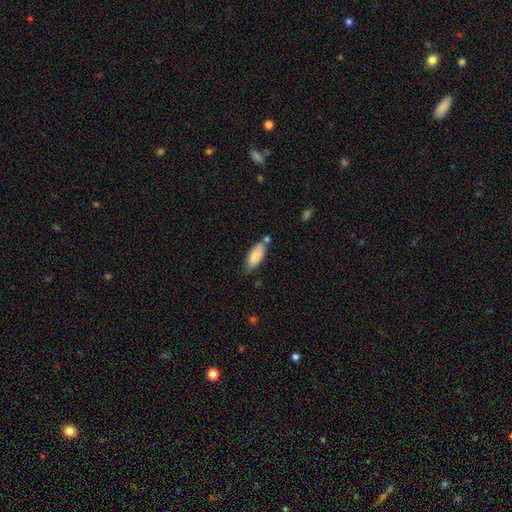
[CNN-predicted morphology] Overall: smooth (82%). How rounded: in between (83%). Merging: none (59%; minor disturbance 23%).